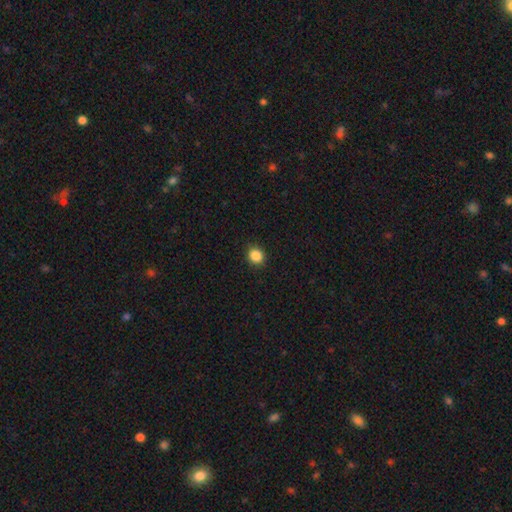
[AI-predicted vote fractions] Smooth or featured? Predicted: smooth (p=0.87). How rounded? Predicted: round (p=0.84). Merging? Predicted: none (p=0.91).